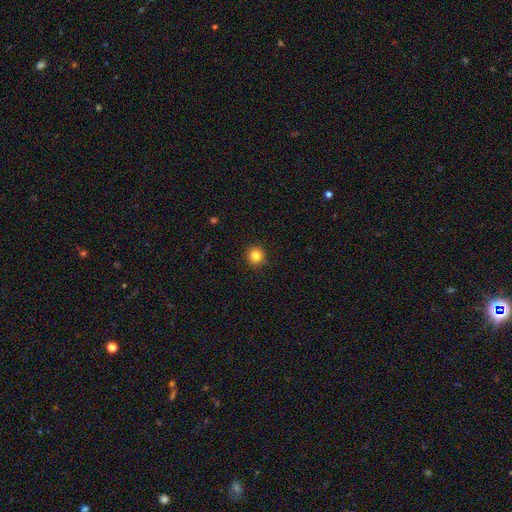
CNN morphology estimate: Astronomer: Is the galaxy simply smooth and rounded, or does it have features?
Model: smooth — 83%.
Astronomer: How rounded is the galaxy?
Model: round — 94%.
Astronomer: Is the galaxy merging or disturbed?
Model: none — 91%.